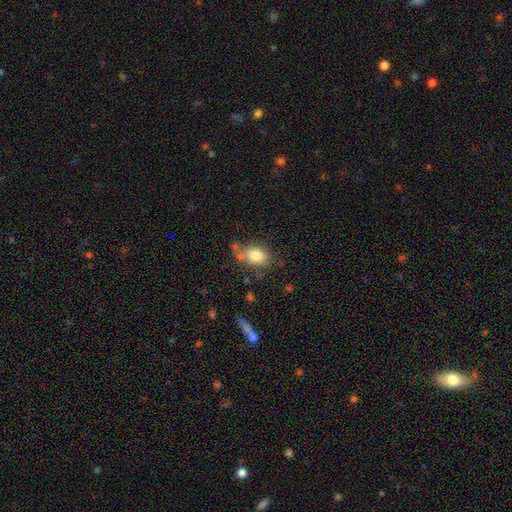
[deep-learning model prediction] Smooth or featured? smooth (81%)
How rounded? in between (70%)
Merging? none (61%)